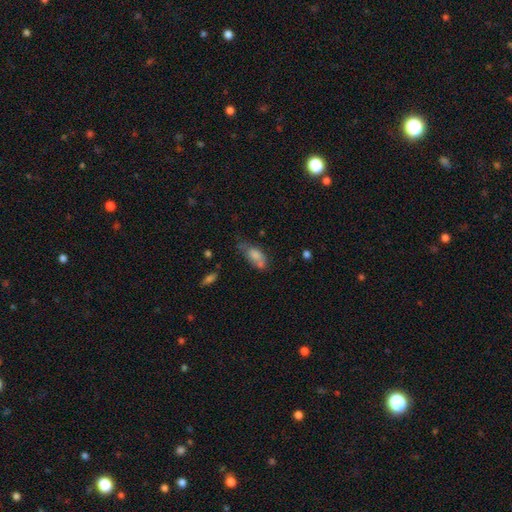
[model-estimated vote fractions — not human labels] The model was most divided on "merging": none: 33%, minor disturbance: 31%, merger: 19%, major disturbance: 18%. More confident: how rounded — in between (85%); smooth or featured — smooth (74%).